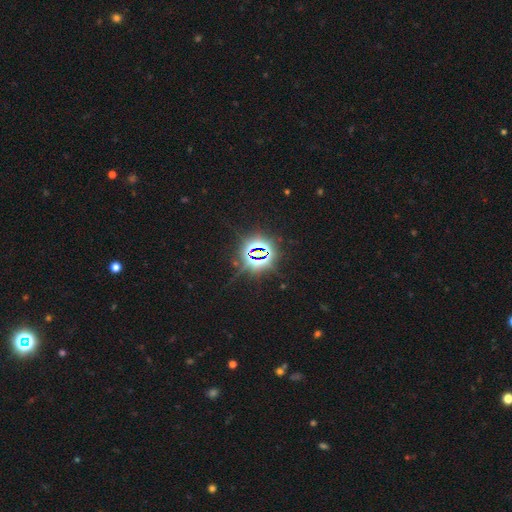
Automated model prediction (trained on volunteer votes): Smooth or featured?
  - star or artifact: 83% *
  - smooth: 9%
  - featured or disk: 8%